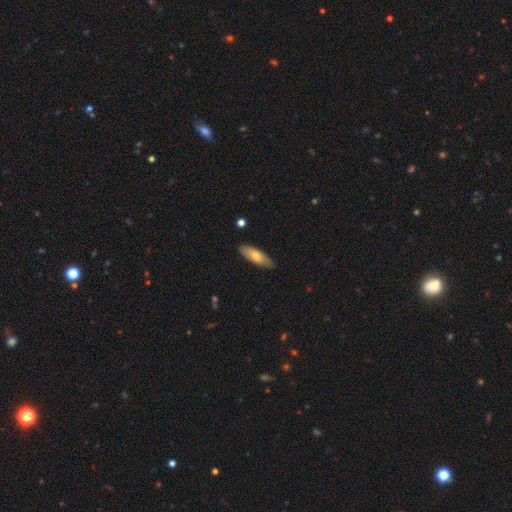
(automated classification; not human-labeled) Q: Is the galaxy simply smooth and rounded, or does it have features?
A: smooth — 66%.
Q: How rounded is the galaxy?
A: in between — 60%.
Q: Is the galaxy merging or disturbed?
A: none — 83%.